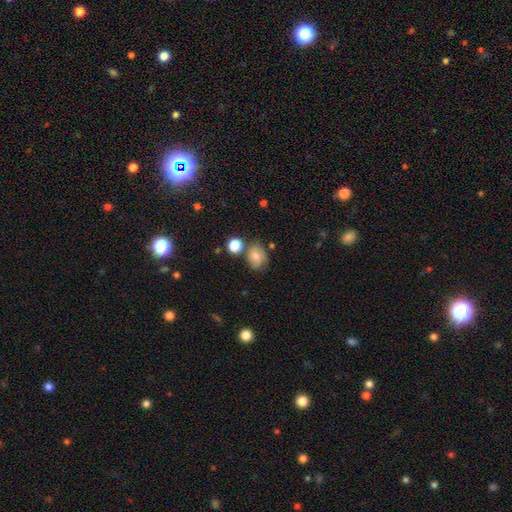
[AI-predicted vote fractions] A smooth galaxy with no disk features (60%) that is round (54%).

Vote fractions:
- Smooth or featured? smooth: 60% / featured or disk: 28% / star or artifact: 12%
- How rounded? round: 54% / in between: 45% / cigar-shaped: 1%
- Merging? none: 63% / minor disturbance: 21% / merger: 10% / major disturbance: 6%